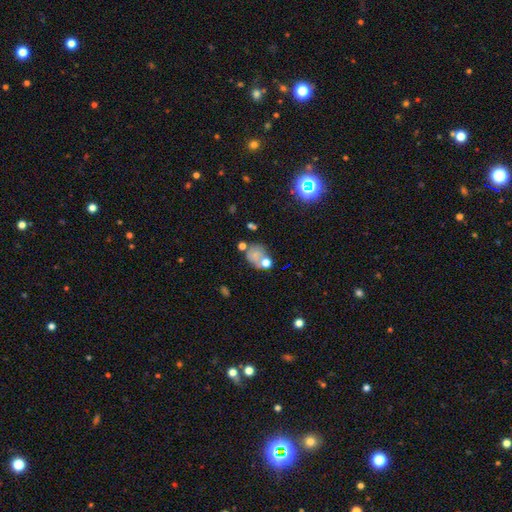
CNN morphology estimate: type=smooth (58%); roundness=round (53%); merging=none (42%).